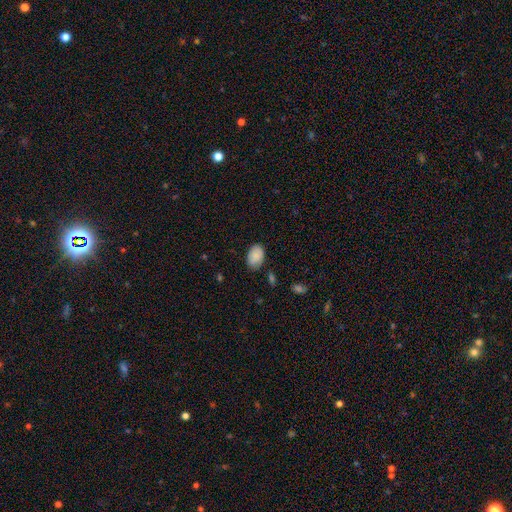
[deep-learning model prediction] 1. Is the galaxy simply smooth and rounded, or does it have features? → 86% smooth, 7% featured or disk, 7% star or artifact.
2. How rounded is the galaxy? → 88% in between, 11% round, 1% cigar-shaped.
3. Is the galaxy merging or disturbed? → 78% none, 16% minor disturbance, 3% major disturbance, 2% merger.